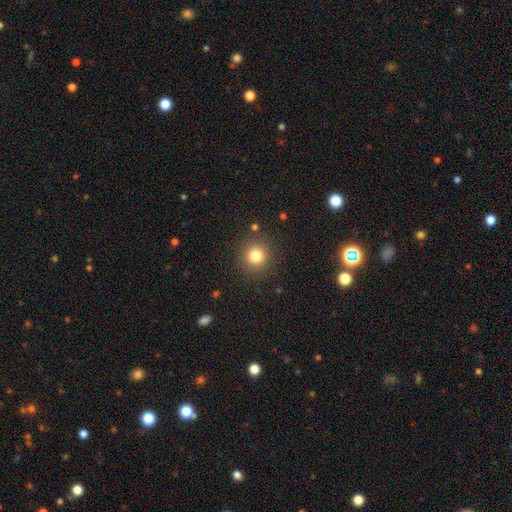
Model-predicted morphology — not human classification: Smooth or featured: smooth — 80% (star or artifact — 13%)
How rounded: round — 94% (in between — 5%)
Merging: none — 89% (minor disturbance — 7%)